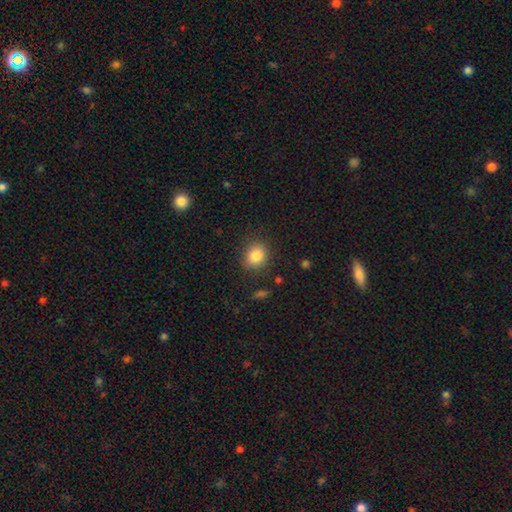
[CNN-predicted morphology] A smooth galaxy with no disk features (84%) that is round (69%).

Vote fractions:
- Smooth or featured? smooth: 84% / star or artifact: 10% / featured or disk: 7%
- How rounded? round: 69% / in between: 30% / cigar-shaped: 1%
- Merging? none: 85% / minor disturbance: 11% / major disturbance: 3% / merger: 2%